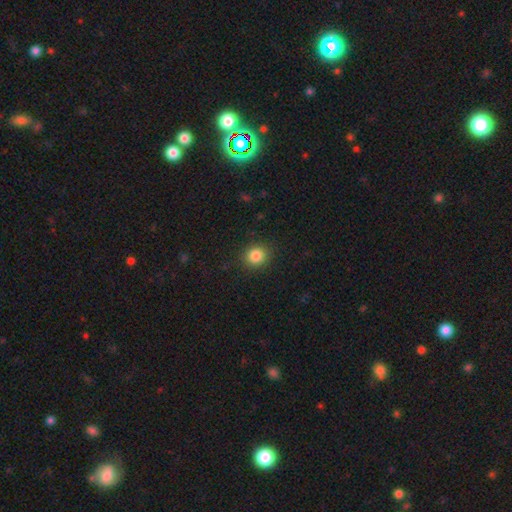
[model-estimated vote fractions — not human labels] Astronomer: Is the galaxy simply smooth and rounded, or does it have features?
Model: smooth — 85%.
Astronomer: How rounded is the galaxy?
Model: round — 85%.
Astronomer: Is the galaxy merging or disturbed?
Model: none — 89%.